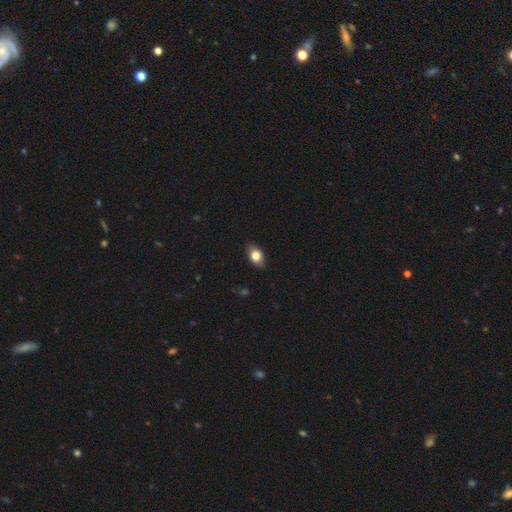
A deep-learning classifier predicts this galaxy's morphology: smooth-or-featured: smooth: 80% | featured or disk: 12% | star or artifact: 8%
  how-rounded: in between: 80% | round: 17% | cigar-shaped: 2%
  merging: none: 84% | minor disturbance: 12% | major disturbance: 2% | merger: 1%